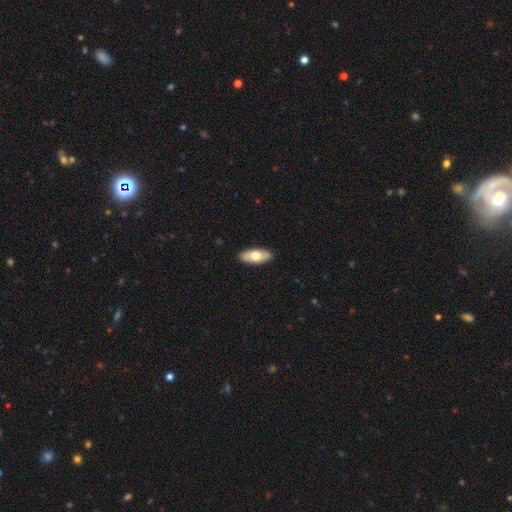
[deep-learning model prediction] Smooth or featured: smooth — 70% (featured or disk — 25%)
How rounded: in between — 85% (cigar-shaped — 12%)
Merging: none — 90% (minor disturbance — 7%)